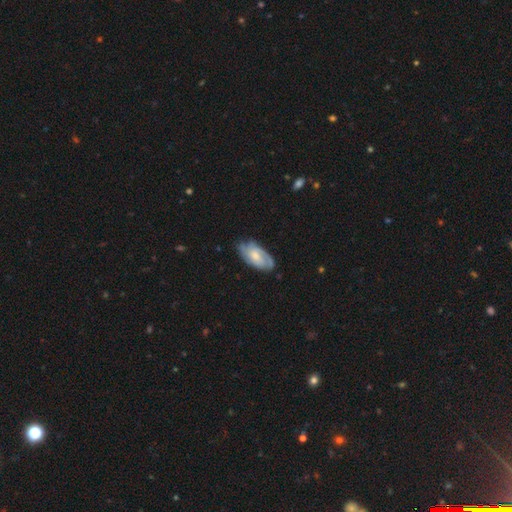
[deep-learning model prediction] A featured or disk galaxy (65%) with no bar (62%), 2 (40%) tight (51%) spiral arms (89%) and a moderate central bulge (46%).

Vote fractions:
- Smooth or featured? featured or disk: 65% / smooth: 29% / star or artifact: 6%
- Edge-on disk? no: 93% / yes: 7%
- Bar? no: 62% / weak: 32% / strong: 5%
- Spiral arms? yes: 89% / no: 11%
- Spiral winding? tight: 51% / medium: 37% / loose: 12%
- Spiral arm count? 2: 40% / can't tell: 33% / 3: 15% / 1: 6% / 4: 4% / more than 4: 3%
- Bulge size? moderate: 46% / small: 39% / none: 8% / large: 7% / dominant: 1%
- Merging? none: 71% / minor disturbance: 22% / major disturbance: 6% / merger: 1%